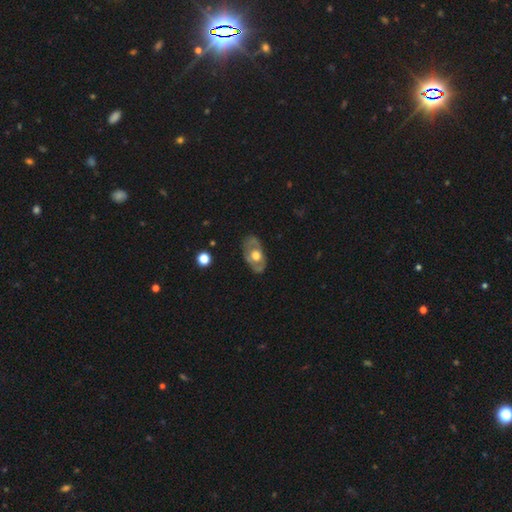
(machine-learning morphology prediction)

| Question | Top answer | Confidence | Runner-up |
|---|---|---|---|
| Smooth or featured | featured or disk | 60% | smooth (34%) |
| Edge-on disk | no | 89% | yes (11%) |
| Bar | no | 88% | weak (10%) |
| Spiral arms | no | 76% | yes (24%) |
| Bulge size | moderate | 55% | large (38%) |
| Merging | none | 75% | minor disturbance (18%) |